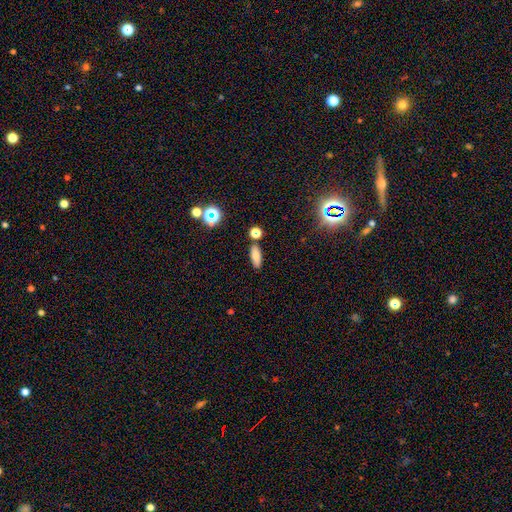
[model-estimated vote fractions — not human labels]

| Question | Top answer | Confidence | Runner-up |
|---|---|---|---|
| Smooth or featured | smooth | 75% | star or artifact (14%) |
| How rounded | in between | 65% | cigar-shaped (29%) |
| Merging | none | 81% | minor disturbance (10%) |